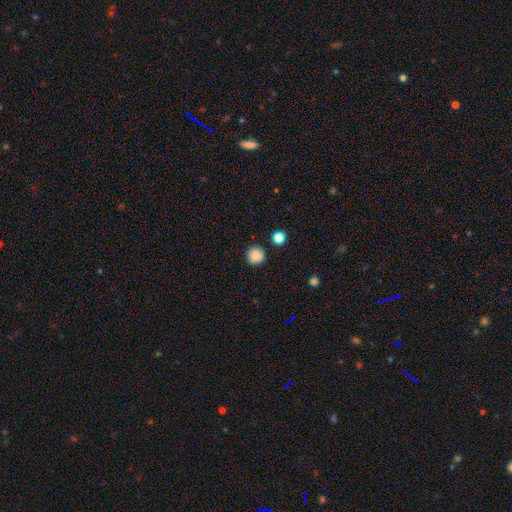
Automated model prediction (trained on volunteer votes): Overall: smooth (85%). How rounded: round (95%). Merging: none (89%).